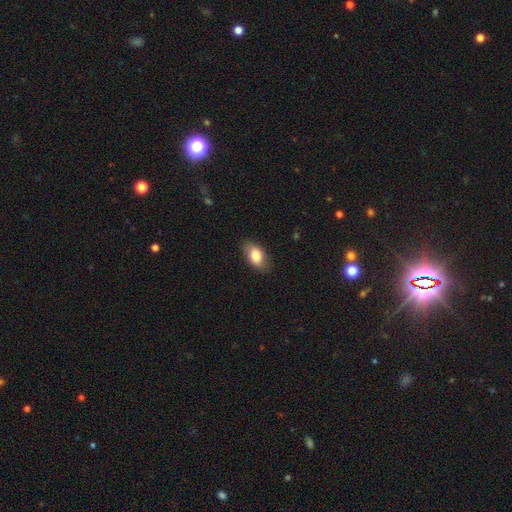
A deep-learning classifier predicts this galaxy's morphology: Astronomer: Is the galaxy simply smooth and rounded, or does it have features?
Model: smooth — 81%.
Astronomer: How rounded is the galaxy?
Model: in between — 90%.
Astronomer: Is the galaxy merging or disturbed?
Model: none — 83%.